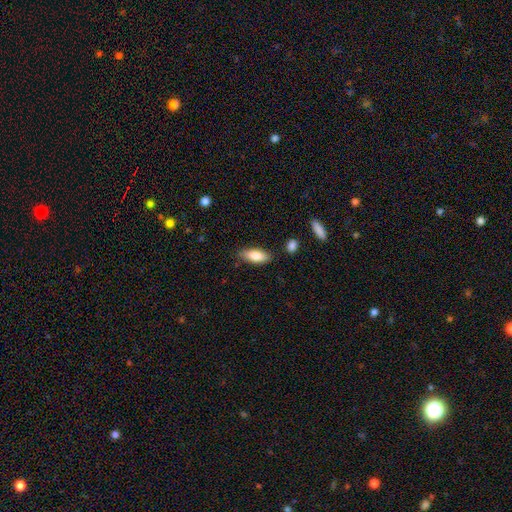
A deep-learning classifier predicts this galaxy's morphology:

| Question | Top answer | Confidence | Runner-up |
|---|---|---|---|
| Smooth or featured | smooth | 81% | featured or disk (13%) |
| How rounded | in between | 78% | cigar-shaped (20%) |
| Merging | none | 82% | minor disturbance (12%) |